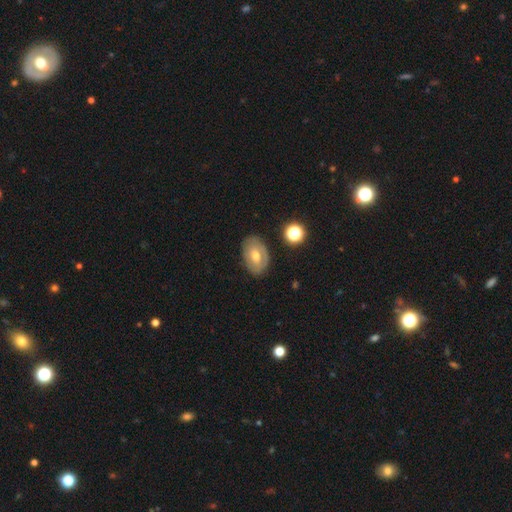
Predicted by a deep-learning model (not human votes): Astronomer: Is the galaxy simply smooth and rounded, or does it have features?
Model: featured or disk — 49% (runner-up: smooth, 42%).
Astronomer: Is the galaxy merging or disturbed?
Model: none — 79%.